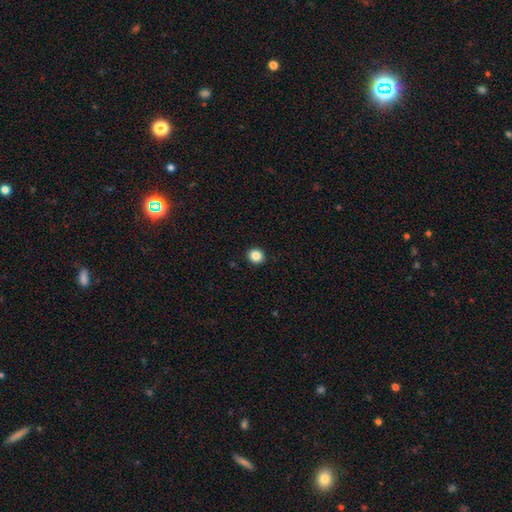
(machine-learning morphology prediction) Overall: smooth (86%). How rounded: round (84%). Merging: none (92%).